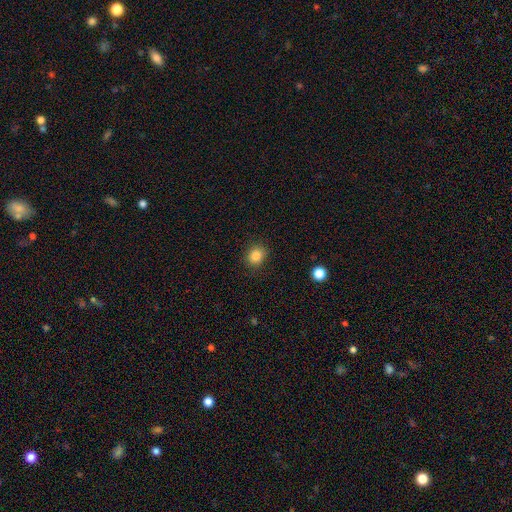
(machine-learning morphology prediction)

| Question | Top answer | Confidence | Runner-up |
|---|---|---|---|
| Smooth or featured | smooth | 84% | star or artifact (11%) |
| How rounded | round | 70% | in between (29%) |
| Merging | none | 87% | minor disturbance (9%) |